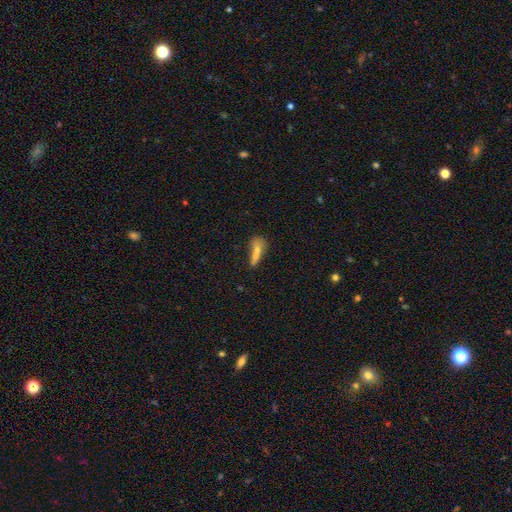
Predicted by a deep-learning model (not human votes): Smooth or featured: smooth — 56% (featured or disk — 27%)
How rounded: cigar-shaped — 47% (in between — 42%)
Merging: none — 39% (merger — 32%)